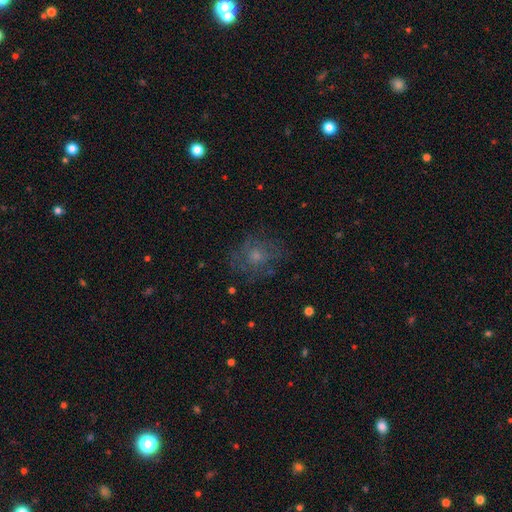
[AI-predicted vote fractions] This is marginally a featured or disk galaxy (44%). Merging: likely none (69%).